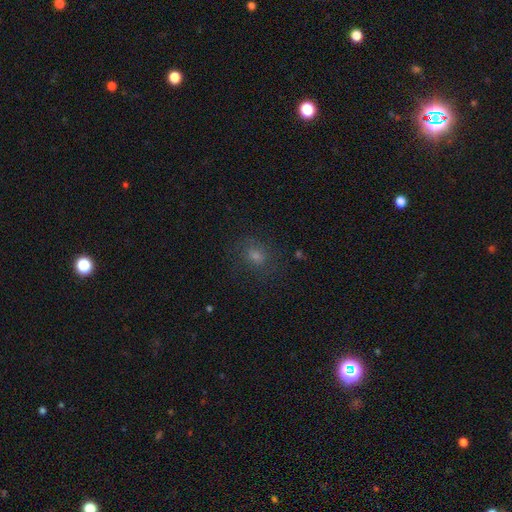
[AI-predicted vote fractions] This appears to be a smooth galaxy with no disk features (51%) that is round (62%). Merging: none (78%).